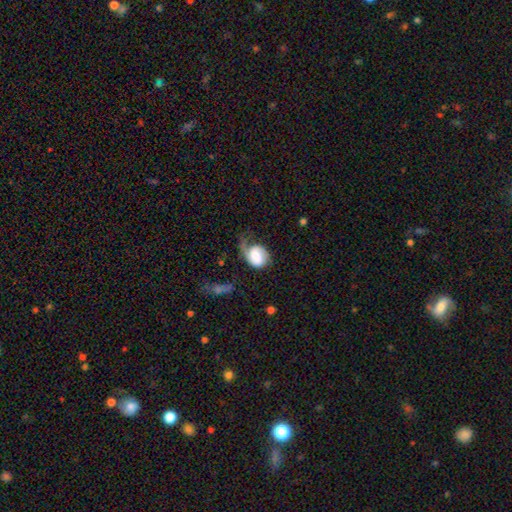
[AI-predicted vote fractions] Overall: featured or disk (48%; smooth 45%). Merging: major disturbance (40%; minor disturbance 29%).